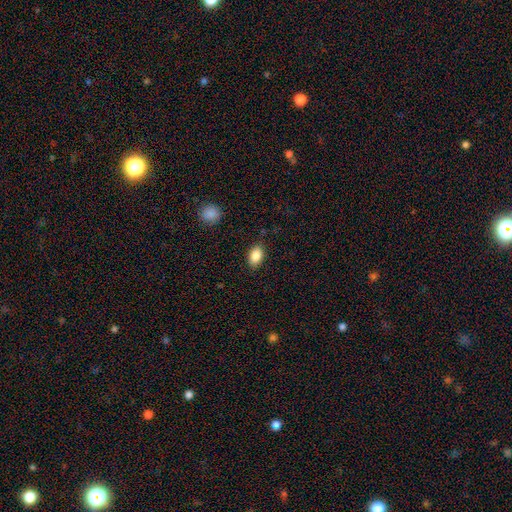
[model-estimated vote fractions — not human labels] This is clearly a smooth galaxy (86%). How rounded: clearly in between (89%). Merging: clearly none (87%).